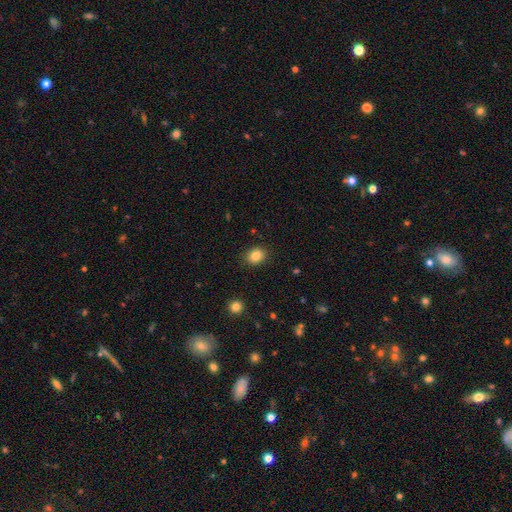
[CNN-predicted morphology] The model was most divided on "how rounded": round: 52%, in between: 47%, cigar-shaped: 1%. More confident: merging — none (89%); smooth or featured — smooth (85%).